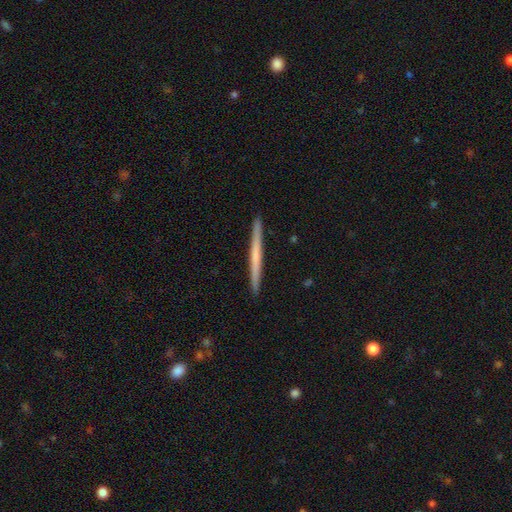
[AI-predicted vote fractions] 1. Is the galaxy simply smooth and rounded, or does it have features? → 49% featured or disk, 46% smooth, 5% star or artifact.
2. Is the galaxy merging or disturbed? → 93% none, 5% minor disturbance, 1% major disturbance, 1% merger.